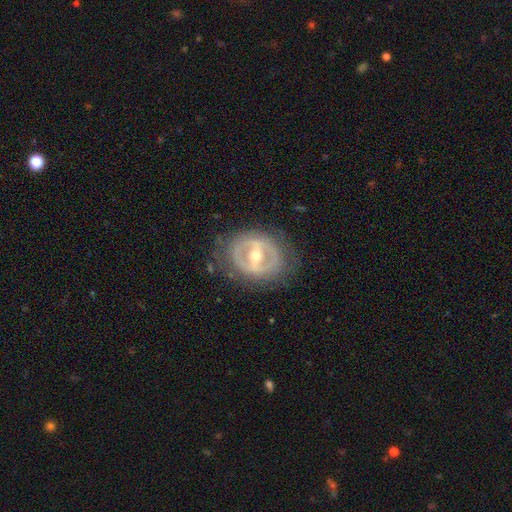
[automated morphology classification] Smooth or featured? Predicted: featured or disk (p=0.77). Edge-on disk? Predicted: no (p=0.92). Bar? Predicted: strong (p=0.65). Spiral arms? Predicted: no (p=0.76). Bulge size? Predicted: moderate (p=0.66). Merging? Predicted: none (p=0.77).